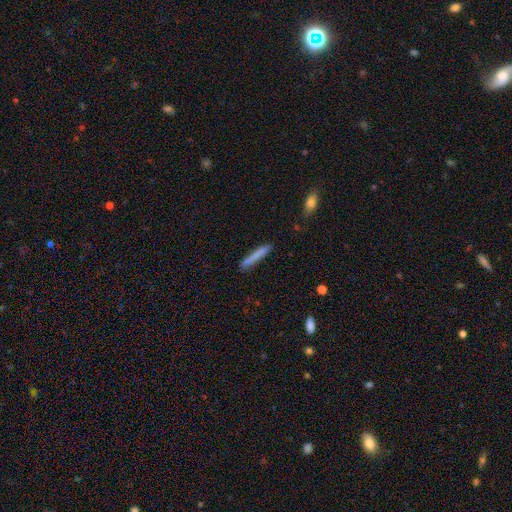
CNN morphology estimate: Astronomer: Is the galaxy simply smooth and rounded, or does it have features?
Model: smooth — 74%.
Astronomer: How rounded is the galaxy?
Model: cigar-shaped — 96%.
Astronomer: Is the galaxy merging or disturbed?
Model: none — 86%.